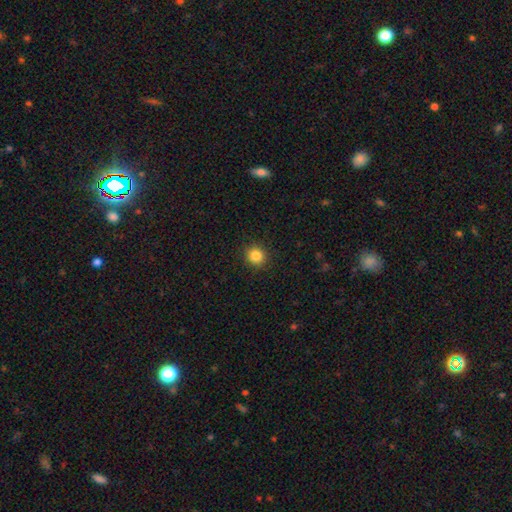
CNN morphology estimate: A smooth galaxy with no disk features (84%) that is round (91%). Merging: none (92%).